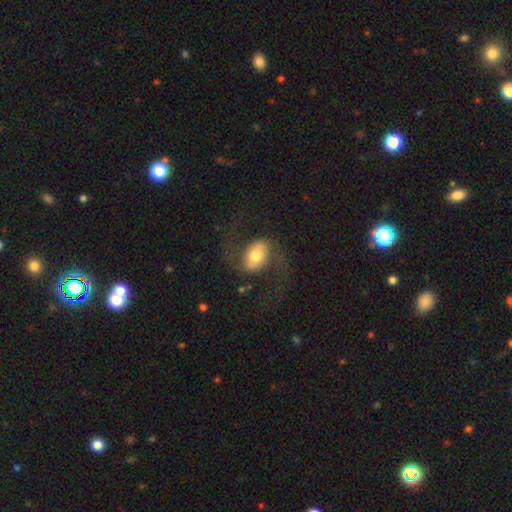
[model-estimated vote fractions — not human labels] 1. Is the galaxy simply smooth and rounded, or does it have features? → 61% featured or disk, 32% smooth, 7% star or artifact.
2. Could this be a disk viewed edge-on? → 95% no, 5% yes.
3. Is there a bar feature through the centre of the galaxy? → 40% no, 36% weak, 24% strong.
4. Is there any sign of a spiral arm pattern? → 82% yes, 18% no.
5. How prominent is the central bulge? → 62% moderate, 23% large, 10% small, 4% dominant, 1% none.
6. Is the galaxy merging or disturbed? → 62% none, 22% major disturbance, 15% minor disturbance, 2% merger.